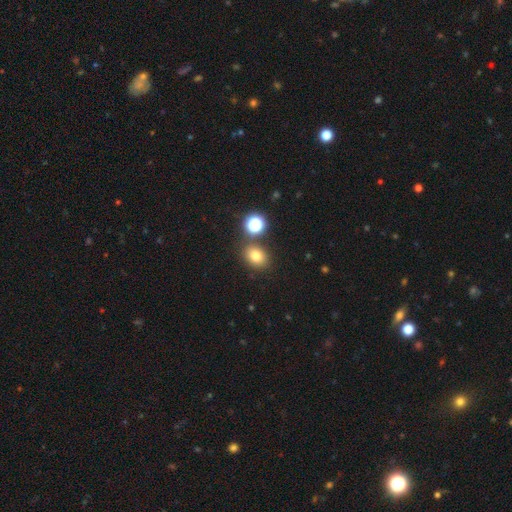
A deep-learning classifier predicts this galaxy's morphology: A smooth galaxy with no disk features (77%) that is in between round and cigar-shaped (51%). Merging: none (79%).